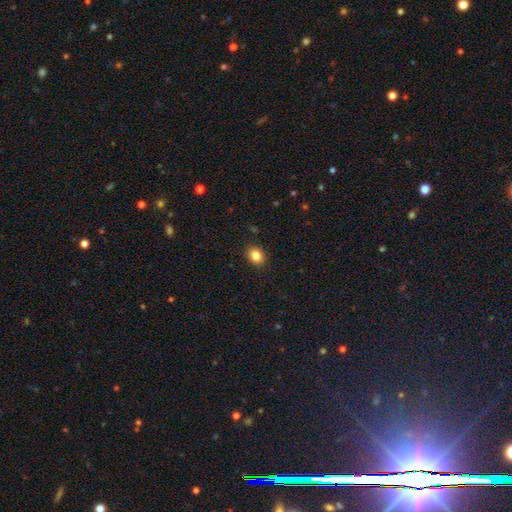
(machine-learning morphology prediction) This appears to be a smooth galaxy with no disk features (84%) that is round (52%). Merging: none (90%).